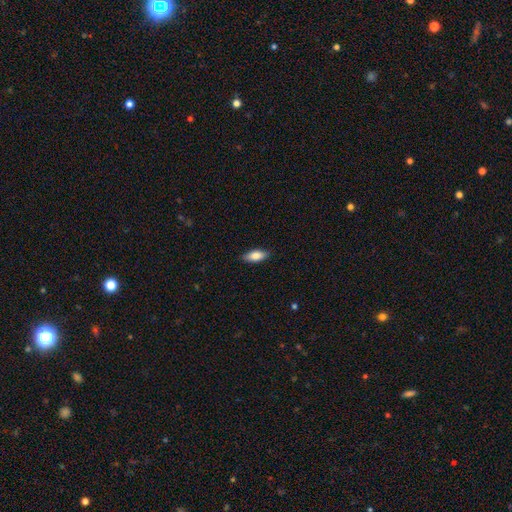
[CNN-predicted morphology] This appears to be a smooth galaxy with no disk features (82%) that is in between round and cigar-shaped (82%). Merging: none (87%).